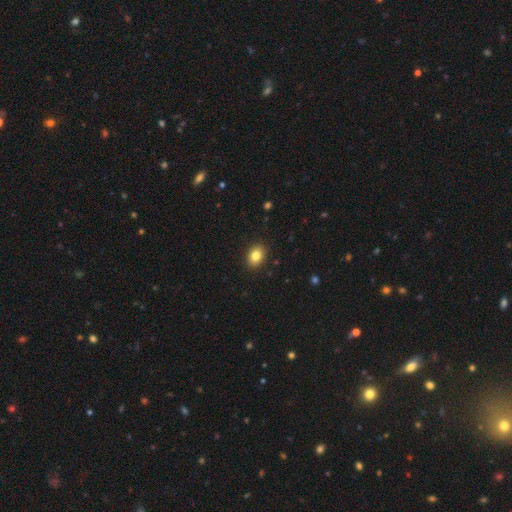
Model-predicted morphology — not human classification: This appears to be a smooth galaxy with no disk features (83%) that is in between round and cigar-shaped (65%). Merging: none (90%).